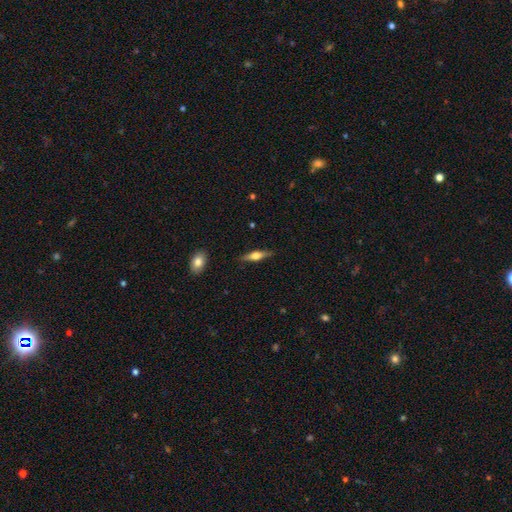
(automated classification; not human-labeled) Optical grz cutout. It shows a featured or disk galaxy (54%) viewed edge-on (95%) with a rounded central bulge (89%). Merging: none (87%).